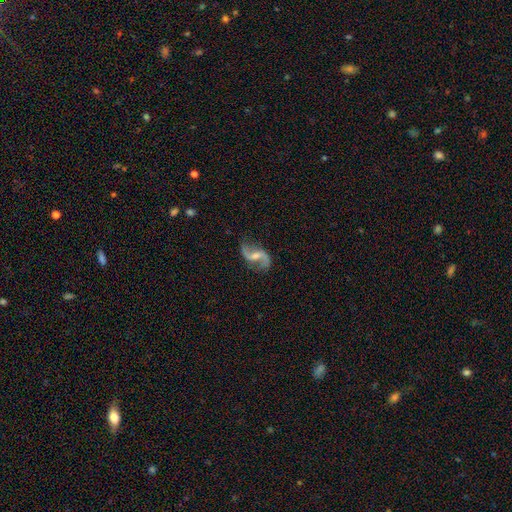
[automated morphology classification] smooth_or_featured: featured or disk (p=0.90) [alt: smooth p=0.05]
disk_edge_on: no (p=0.98) [alt: yes p=0.02]
bar: weak (p=0.50) [alt: no p=0.28]
has_spiral_arms: yes (p=0.97) [alt: no p=0.03]
spiral_winding: loose (p=0.78) [alt: medium p=0.18]
spiral_arm_count: 2 (p=0.94) [alt: 1 p=0.02]
bulge_size: small (p=0.44) [alt: moderate p=0.36]
merging: none (p=0.79) [alt: minor disturbance p=0.13]